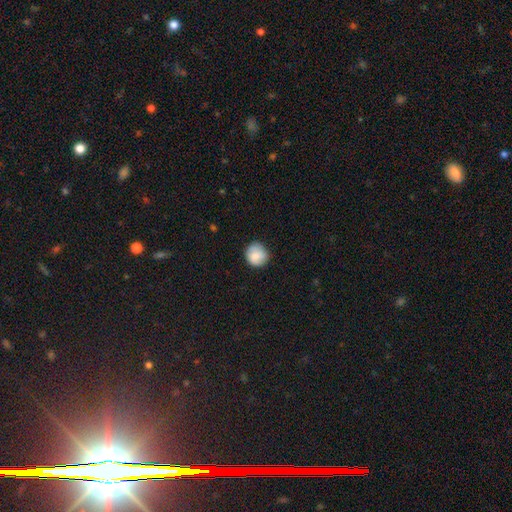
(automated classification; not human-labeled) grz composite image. It shows a smooth galaxy with no disk features (81%) that is round (88%). Merging: none (80%).